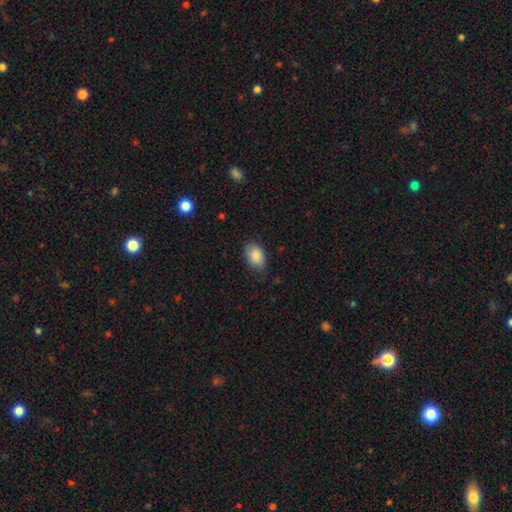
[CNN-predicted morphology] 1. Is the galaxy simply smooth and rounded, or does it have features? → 87% smooth, 7% star or artifact, 6% featured or disk.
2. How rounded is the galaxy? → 86% in between, 13% round, 1% cigar-shaped.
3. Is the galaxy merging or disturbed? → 76% none, 19% minor disturbance, 4% major disturbance, 1% merger.